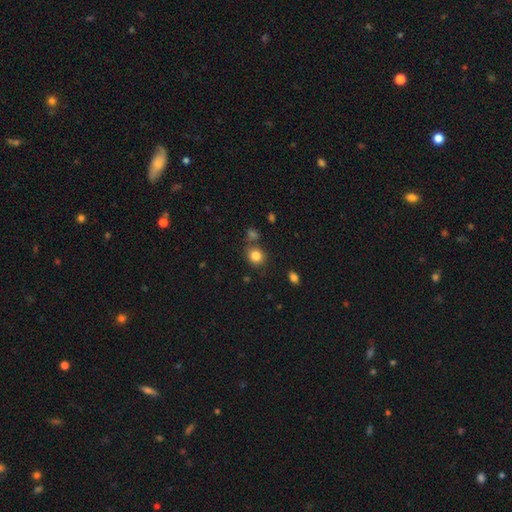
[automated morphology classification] smooth-or-featured: smooth: 83% | star or artifact: 11% | featured or disk: 6%
  how-rounded: round: 79% | in between: 20% | cigar-shaped: 1%
  merging: none: 77% | minor disturbance: 11% | merger: 9% | major disturbance: 3%